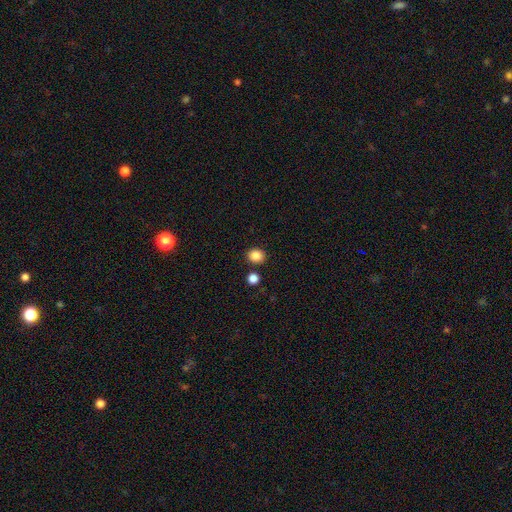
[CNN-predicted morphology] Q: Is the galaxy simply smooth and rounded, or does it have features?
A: smooth — 86%.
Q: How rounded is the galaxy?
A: round — 78%.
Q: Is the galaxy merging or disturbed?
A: none — 86%.